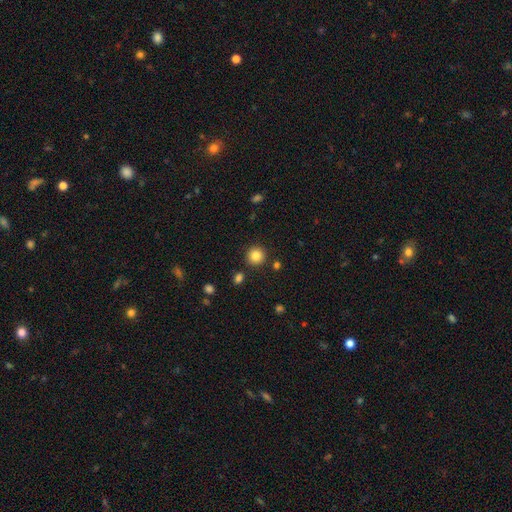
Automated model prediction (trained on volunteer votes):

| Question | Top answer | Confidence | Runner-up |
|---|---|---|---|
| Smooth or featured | smooth | 85% | star or artifact (11%) |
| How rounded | round | 93% | in between (6%) |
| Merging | none | 88% | minor disturbance (6%) |